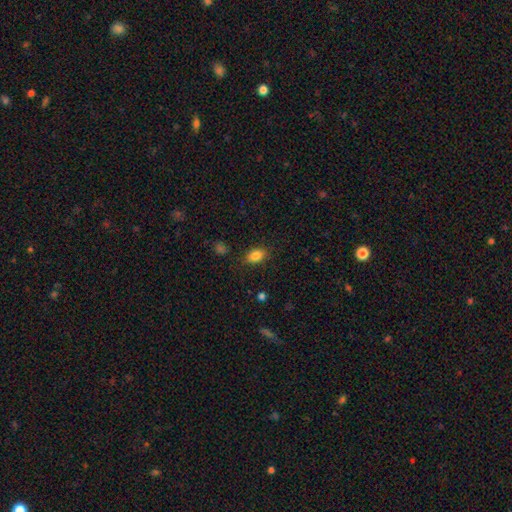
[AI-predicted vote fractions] smooth_or_featured: smooth (p=0.84) [alt: star or artifact p=0.09]
how_rounded: in between (p=0.84) [alt: round p=0.13]
merging: none (p=0.83) [alt: minor disturbance p=0.12]